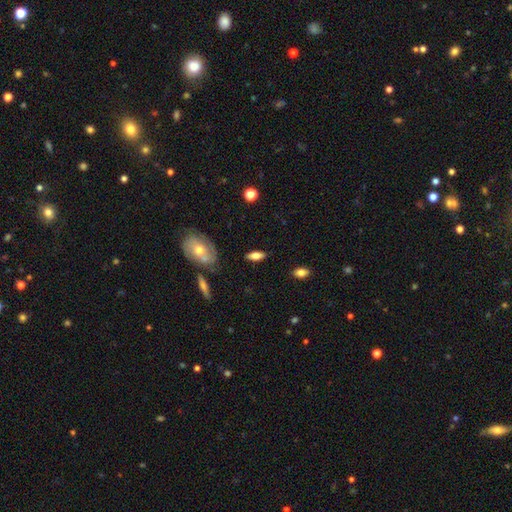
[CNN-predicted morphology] Overall: smooth (69%). How rounded: in between (74%). Merging: none (84%).